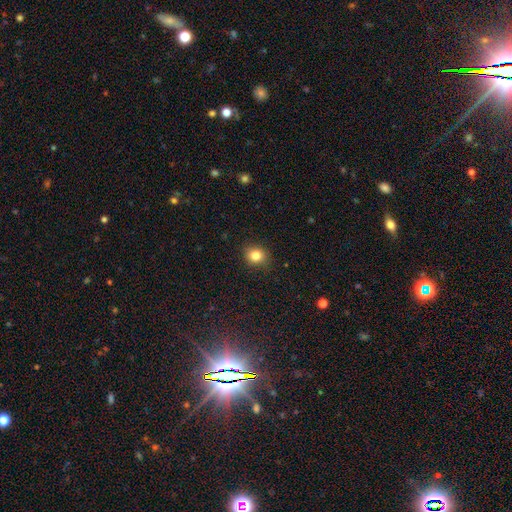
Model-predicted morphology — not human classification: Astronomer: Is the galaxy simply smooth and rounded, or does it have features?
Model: smooth — 84%.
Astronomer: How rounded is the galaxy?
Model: round — 75%.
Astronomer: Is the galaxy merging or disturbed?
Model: none — 87%.